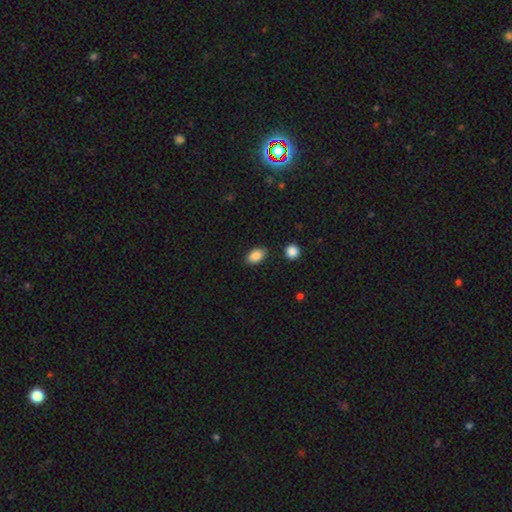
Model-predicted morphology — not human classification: This appears to be a smooth galaxy with no disk features (87%) that is in between round and cigar-shaped (89%). Merging: none (83%).